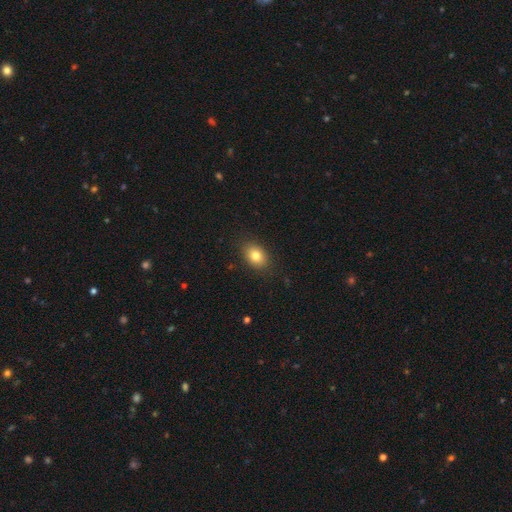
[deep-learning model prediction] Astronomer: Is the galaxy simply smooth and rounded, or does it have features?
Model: smooth — 81%.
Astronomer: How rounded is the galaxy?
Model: in between — 73%.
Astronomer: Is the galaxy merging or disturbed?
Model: none — 86%.